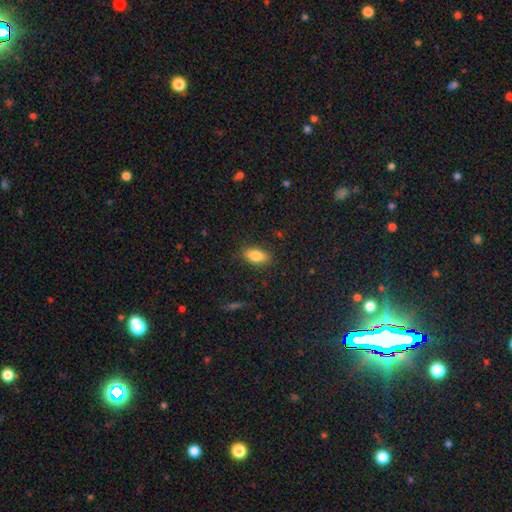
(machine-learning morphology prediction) type=smooth (84%); roundness=in between (88%); merging=none (84%).